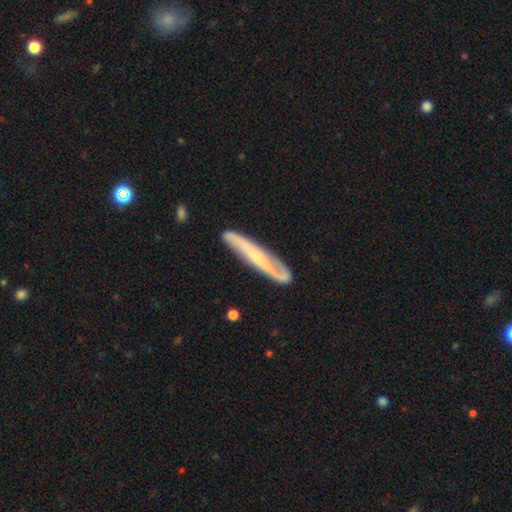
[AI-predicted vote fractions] This is likely a featured or disk galaxy (70%). It is possibly not viewed edge-on (53%). Merging: likely none (79%).